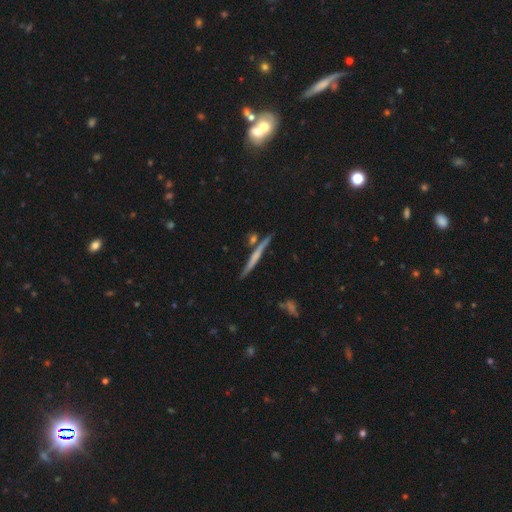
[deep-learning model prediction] Smooth or featured?
  - featured or disk: 54% *
  - smooth: 40%
  - star or artifact: 7%
Edge-on disk?
  - yes: 97% *
  - no: 3%
Edge-on bulge?
  - none: 66% *
  - rounded: 24%
  - boxy: 9%
Merging?
  - none: 83% *
  - minor disturbance: 9%
  - merger: 6%
  - major disturbance: 2%